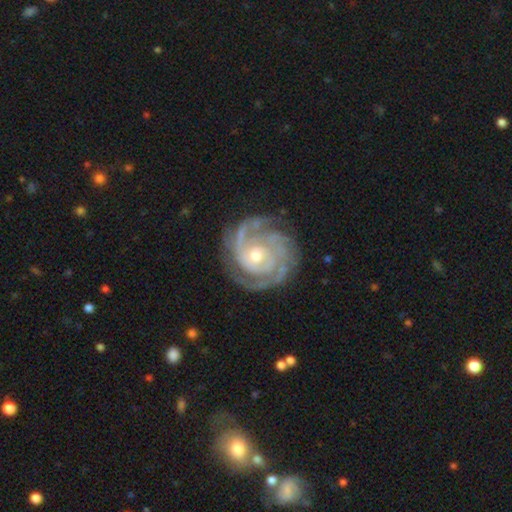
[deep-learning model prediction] Smooth or featured?
  - featured or disk: 92% *
  - star or artifact: 4%
  - smooth: 4%
Edge-on disk?
  - no: 98% *
  - yes: 2%
Bar?
  - no: 73% *
  - weak: 21%
  - strong: 7%
Spiral arms?
  - yes: 98% *
  - no: 2%
Spiral winding?
  - tight: 73% *
  - medium: 23%
  - loose: 3%
Spiral arm count?
  - 3: 36% *
  - 2: 27%
  - can't tell: 13%
  - 4: 11%
  - more than 4: 6%
  - 1: 6%
Bulge size?
  - moderate: 52% *
  - small: 44%
  - large: 2%
  - none: 1%
  - dominant: 1%
Merging?
  - none: 77% *
  - minor disturbance: 16%
  - major disturbance: 6%
  - merger: 1%